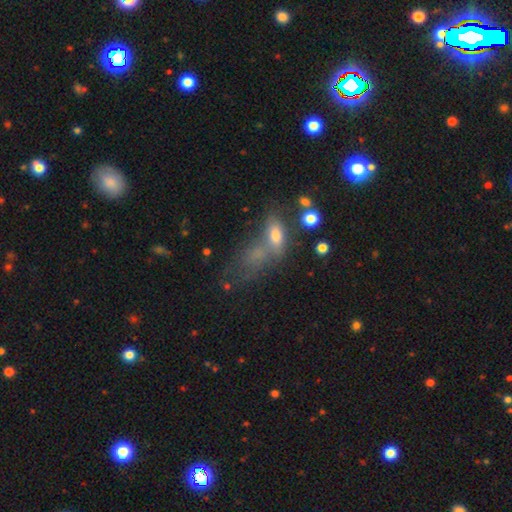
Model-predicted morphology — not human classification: The model was most divided on "merging" (2-way tie): merger: 31%, none: 31%, major disturbance: 21%, minor disturbance: 17%. More confident: how rounded — in between (76%); smooth or featured — smooth (62%).